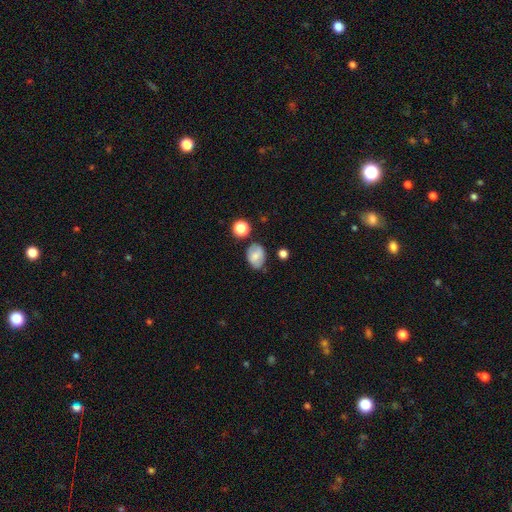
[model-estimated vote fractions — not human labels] smooth 62%, featured or disk 28%, star or artifact 10%. Down the decision tree: how rounded — in between (71%); merging — none (68%).